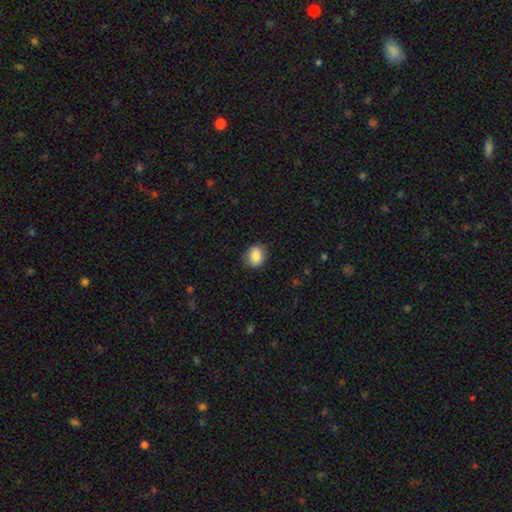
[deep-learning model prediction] A smooth galaxy with no disk features (87%) that is round (64%). Merging: none (83%).